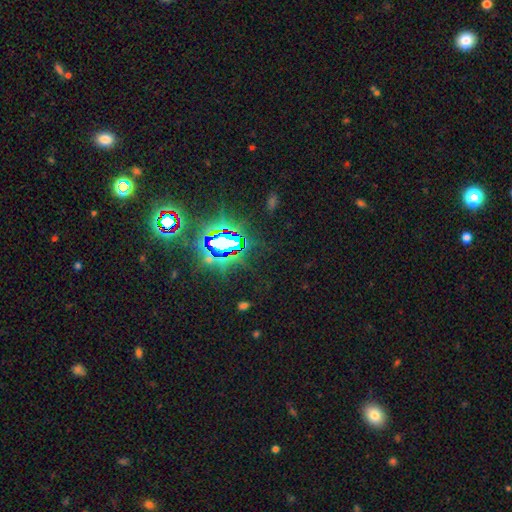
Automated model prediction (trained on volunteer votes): star or artifact 84%, smooth 9%, featured or disk 7%.